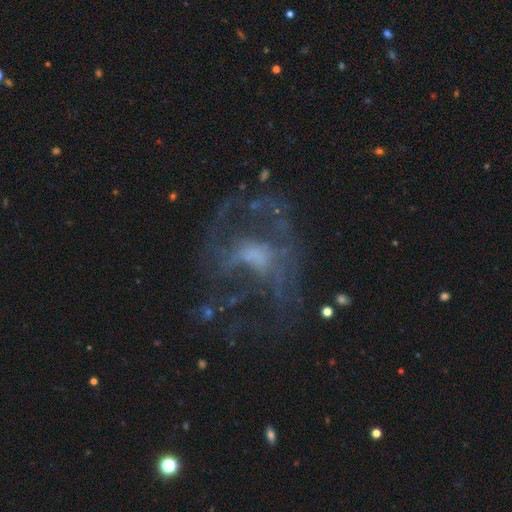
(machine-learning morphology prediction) Smooth or featured? Predicted: featured or disk (p=0.73). Edge-on disk? Predicted: no (p=0.97). Bar? Predicted: no (p=0.58). Spiral arms? Predicted: yes (p=0.59). Bulge size? Predicted: small (p=0.31, tied with none). Merging? Predicted: none (p=0.46).